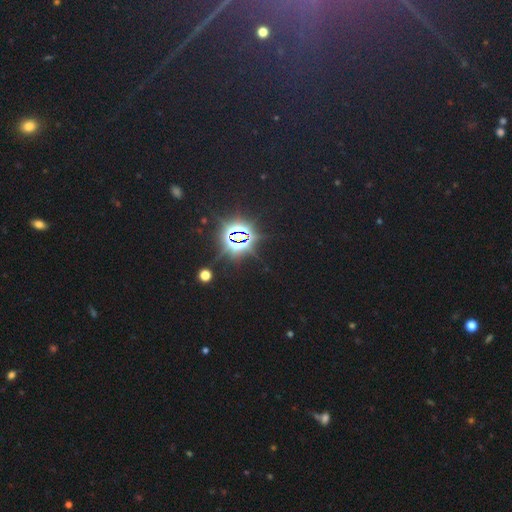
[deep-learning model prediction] Smooth or featured? Predicted: star or artifact (p=0.82).